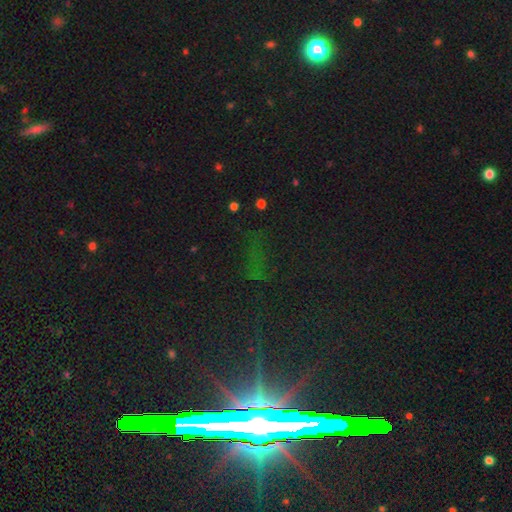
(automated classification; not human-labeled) Smooth or featured: star or artifact — 77% (featured or disk — 14%)